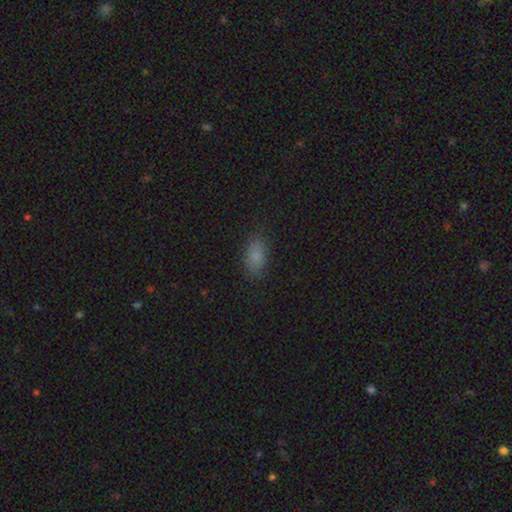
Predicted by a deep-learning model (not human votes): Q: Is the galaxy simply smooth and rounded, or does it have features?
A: smooth — 84%.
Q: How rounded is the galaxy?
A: in between — 89%.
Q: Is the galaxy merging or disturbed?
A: none — 85%.